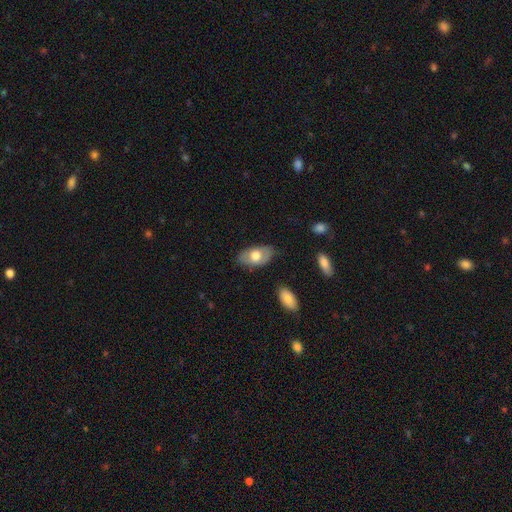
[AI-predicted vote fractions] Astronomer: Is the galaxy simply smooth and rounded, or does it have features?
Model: smooth — 63%.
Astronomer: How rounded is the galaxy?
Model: in between — 93%.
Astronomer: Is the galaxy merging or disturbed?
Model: none — 79%.